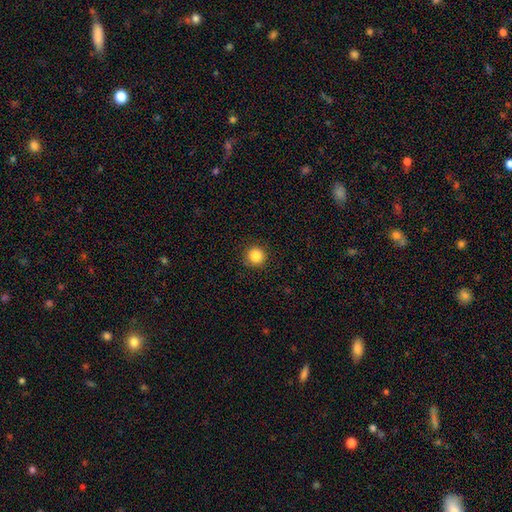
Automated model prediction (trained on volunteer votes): Smooth or featured? smooth (85%)
How rounded? round (95%)
Merging? none (91%)